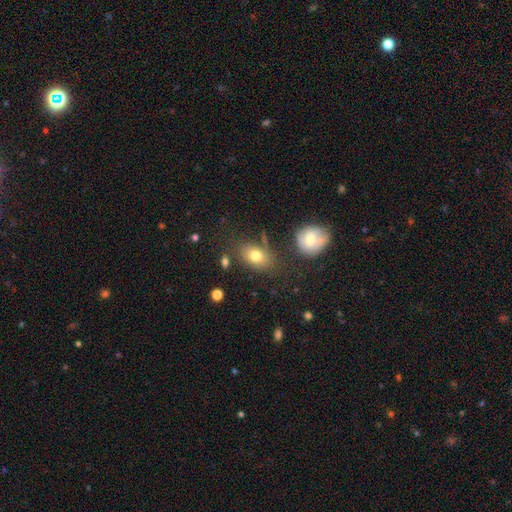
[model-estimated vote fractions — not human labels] Morphology: type=smooth (76%); roundness=in between (78%); merging=none (71%).